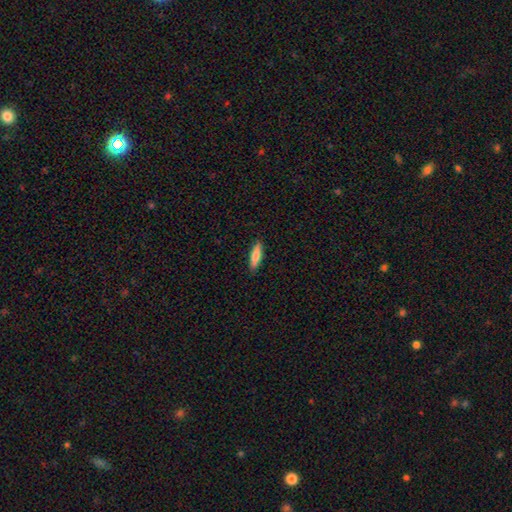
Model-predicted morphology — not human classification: A smooth galaxy with no disk features (77%) that is cigar-shaped (68%). Merging: none (89%).